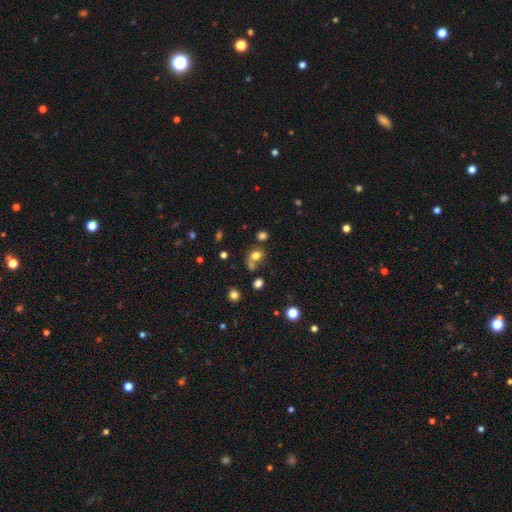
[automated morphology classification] Smooth or featured? smooth (73%)
How rounded? round (62%)
Merging? none (44%)